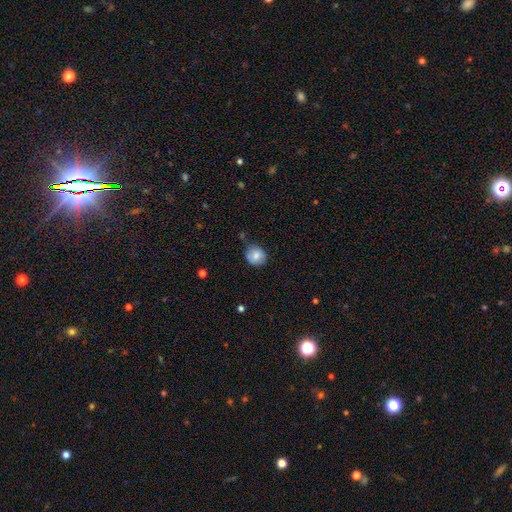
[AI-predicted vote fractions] Smooth or featured? smooth (76%)
How rounded? round (85%)
Merging? none (70%)